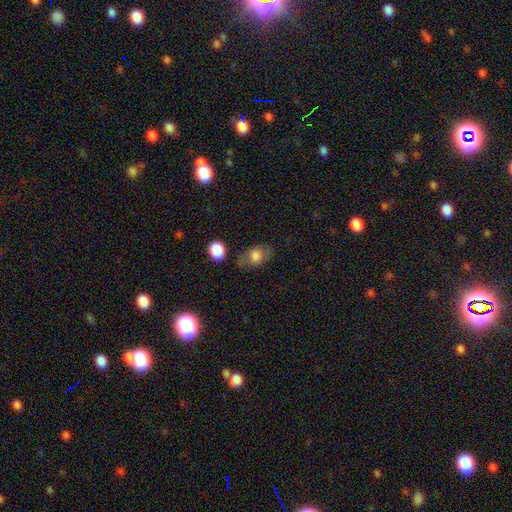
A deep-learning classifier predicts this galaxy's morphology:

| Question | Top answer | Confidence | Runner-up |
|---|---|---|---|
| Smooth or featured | smooth | 72% | featured or disk (19%) |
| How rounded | in between | 75% | round (23%) |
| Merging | none | 64% | minor disturbance (21%) |